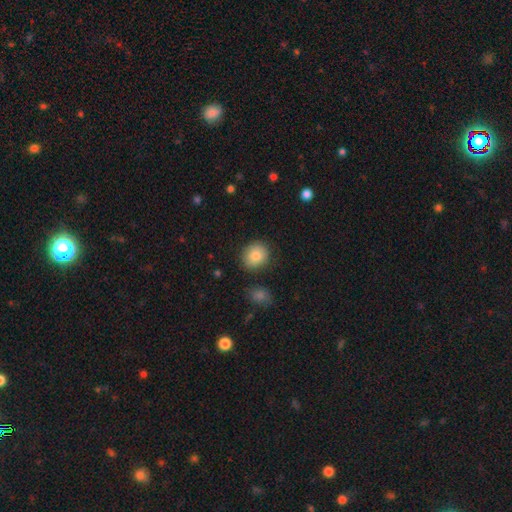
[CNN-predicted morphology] This appears to be a smooth galaxy with no disk features (85%) that is round (79%). Merging: none (83%).